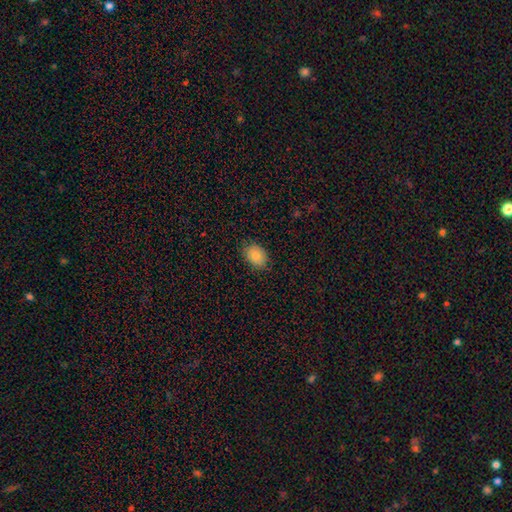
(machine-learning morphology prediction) smooth 85%, star or artifact 8%, featured or disk 7%. Down the decision tree: how rounded — in between (74%); merging — none (84%).